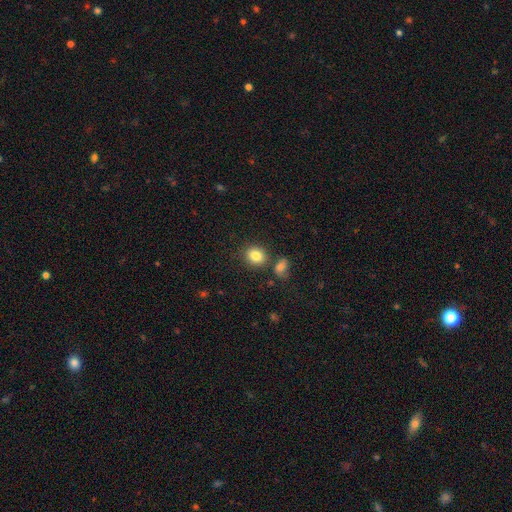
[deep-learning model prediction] A smooth galaxy with no disk features (84%) that is round (64%).

Vote fractions:
- Smooth or featured? smooth: 84% / star or artifact: 10% / featured or disk: 6%
- How rounded? round: 64% / in between: 35% / cigar-shaped: 1%
- Merging? none: 75% / merger: 12% / minor disturbance: 10% / major disturbance: 3%